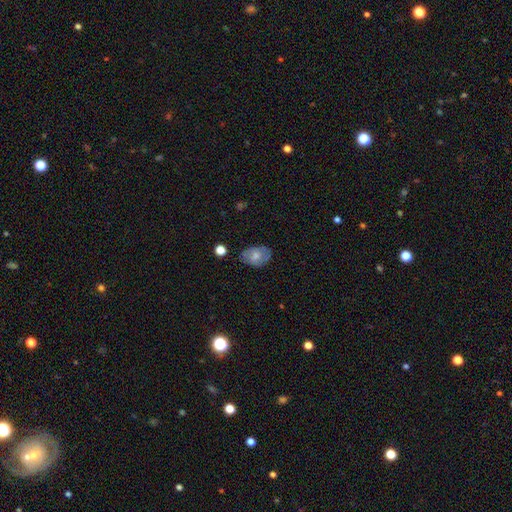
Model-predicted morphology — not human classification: smooth-or-featured: smooth: 55% | featured or disk: 37% | star or artifact: 8%
  how-rounded: in between: 80% | round: 18% | cigar-shaped: 1%
  merging: none: 68% | minor disturbance: 24% | major disturbance: 6% | merger: 2%